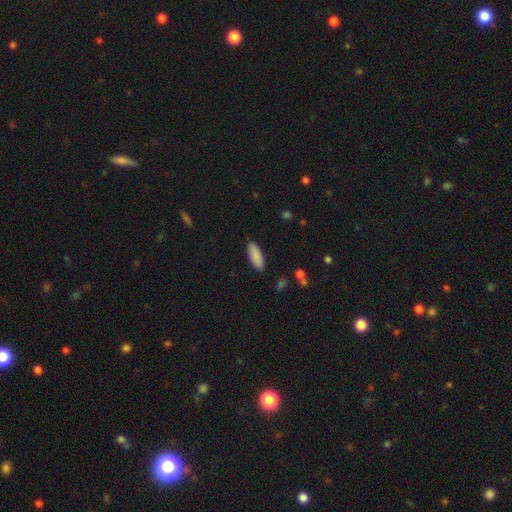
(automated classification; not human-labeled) This appears to be a smooth galaxy with no disk features (89%) that is in between round and cigar-shaped (65%). Merging: none (89%).